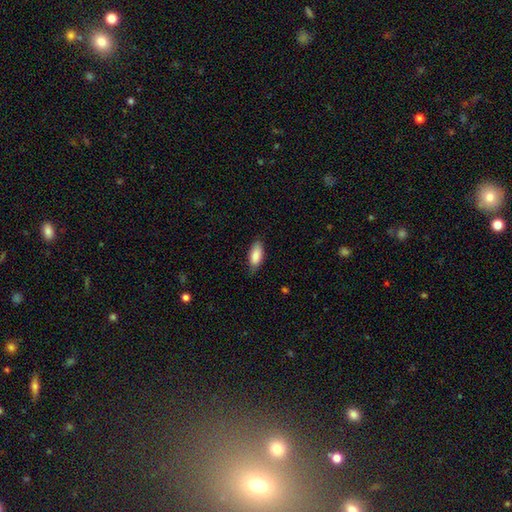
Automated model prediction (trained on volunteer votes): Smooth or featured: smooth — 86% (featured or disk — 8%)
How rounded: in between — 84% (cigar-shaped — 14%)
Merging: none — 75% (minor disturbance — 21%)